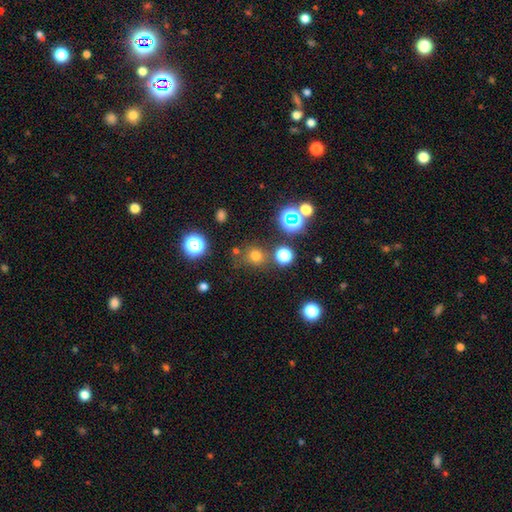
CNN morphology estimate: Smooth or featured? smooth (68%)
How rounded? round (88%)
Merging? none (76%)